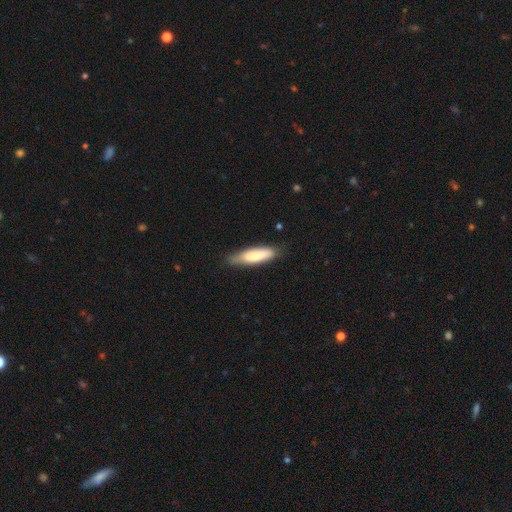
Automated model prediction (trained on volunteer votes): Smooth or featured? smooth (72%)
How rounded? cigar-shaped (60%)
Merging? none (71%)